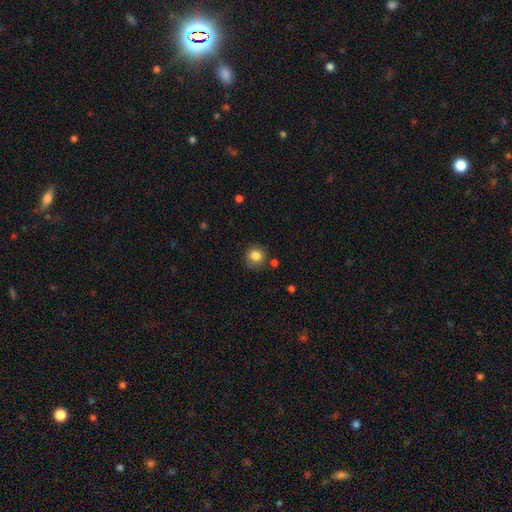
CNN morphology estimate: A smooth galaxy with no disk features (83%) that is round (89%).

Vote fractions:
- Smooth or featured? smooth: 83% / star or artifact: 11% / featured or disk: 6%
- How rounded? round: 89% / in between: 10% / cigar-shaped: 1%
- Merging? none: 82% / minor disturbance: 11% / merger: 4% / major disturbance: 3%